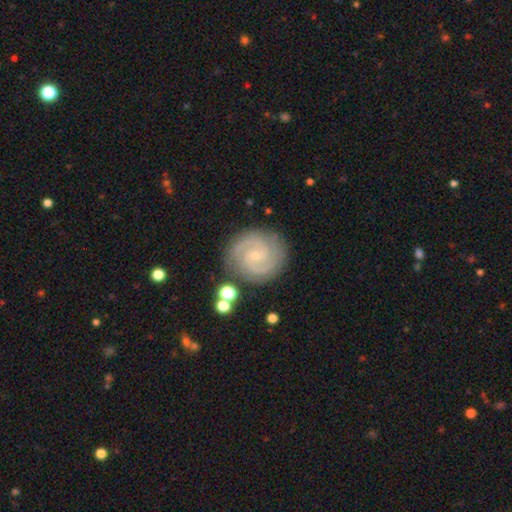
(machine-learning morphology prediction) This appears to be a featured or disk galaxy (90%) with no bar (64%), 2 (79%) tight (67%) spiral arms (98%) and a small central bulge (83%). Merging: none (84%).